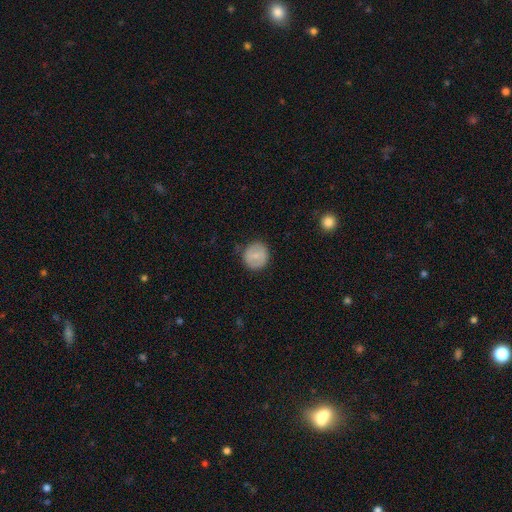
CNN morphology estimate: This is likely a smooth galaxy (73%). How rounded: clearly round (91%). Merging: clearly none (85%).